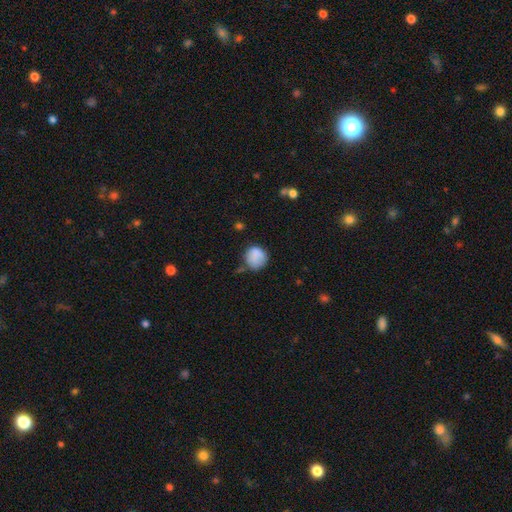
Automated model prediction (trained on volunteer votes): Q: Smooth or featured?
A: smooth (82%); runner-up: featured or disk (10%)
Q: How rounded?
A: round (85%); runner-up: in between (14%)
Q: Merging?
A: none (65%); runner-up: minor disturbance (23%)